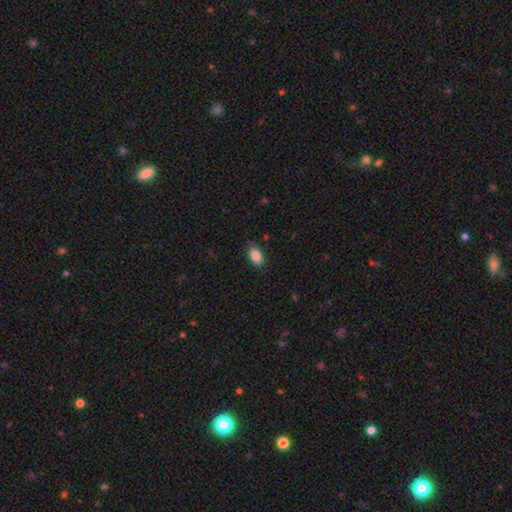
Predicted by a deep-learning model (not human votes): A smooth galaxy with no disk features (88%) that is in between round and cigar-shaped (91%). Merging: none (84%).